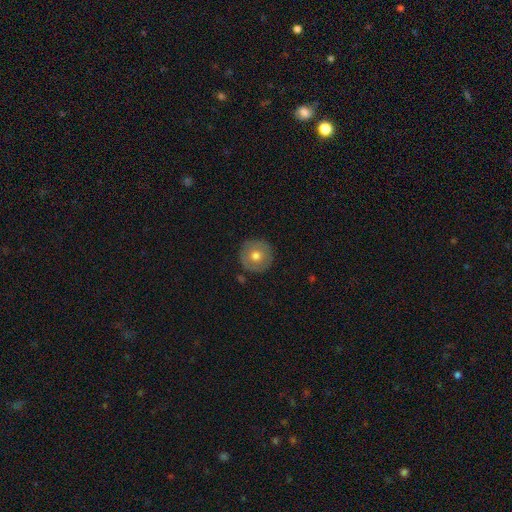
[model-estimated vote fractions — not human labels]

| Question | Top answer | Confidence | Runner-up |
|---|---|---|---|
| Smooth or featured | smooth | 63% | featured or disk (29%) |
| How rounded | round | 96% | in between (3%) |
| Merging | none | 88% | minor disturbance (8%) |